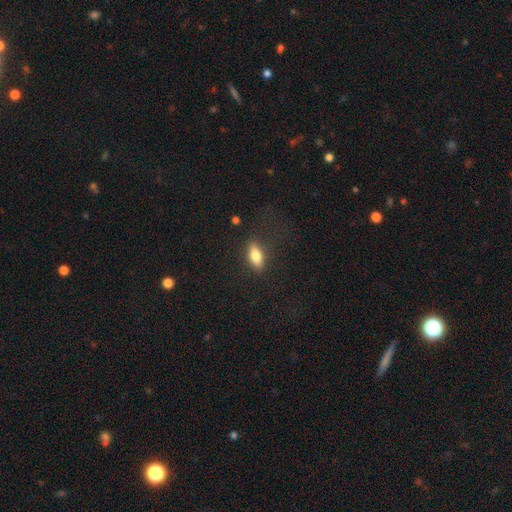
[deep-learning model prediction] smooth_or_featured: smooth (p=0.69) [alt: featured or disk p=0.23]
how_rounded: in between (p=0.72) [alt: cigar-shaped p=0.24]
merging: none (p=0.82) [alt: minor disturbance p=0.12]